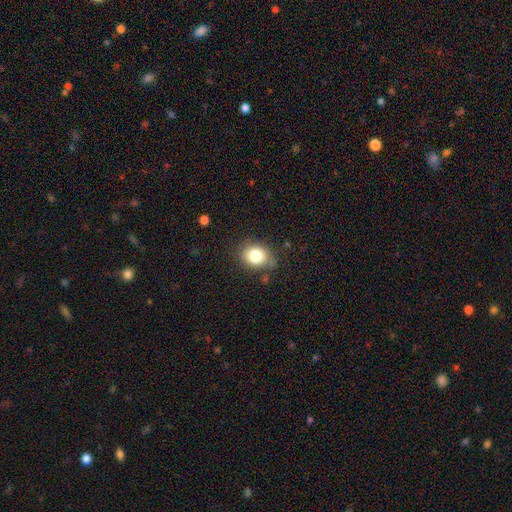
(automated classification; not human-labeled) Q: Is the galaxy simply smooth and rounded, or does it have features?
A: smooth — 82%.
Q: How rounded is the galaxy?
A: round — 52%.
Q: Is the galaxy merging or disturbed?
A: none — 76%.